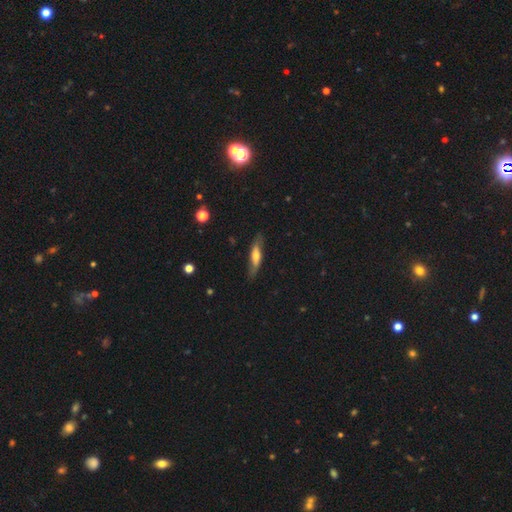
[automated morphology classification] Smooth or featured?
  - featured or disk: 47% * (tied)
  - smooth: 47% * (tied)
  - star or artifact: 7%
Merging?
  - none: 79% *
  - minor disturbance: 16%
  - major disturbance: 4%
  - merger: 1%